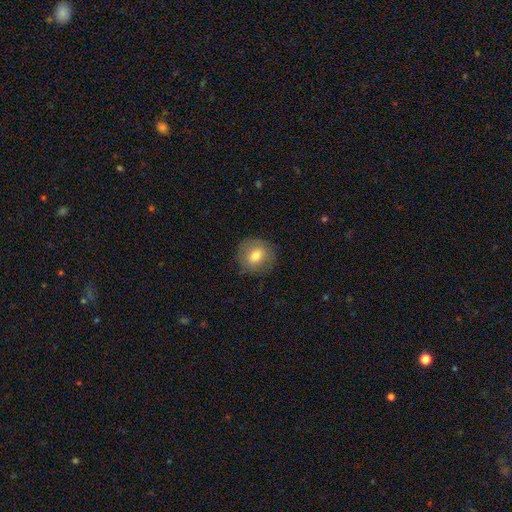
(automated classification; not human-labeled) smooth 67%, featured or disk 24%, star or artifact 8%. Down the decision tree: how rounded — round (85%); merging — none (82%).